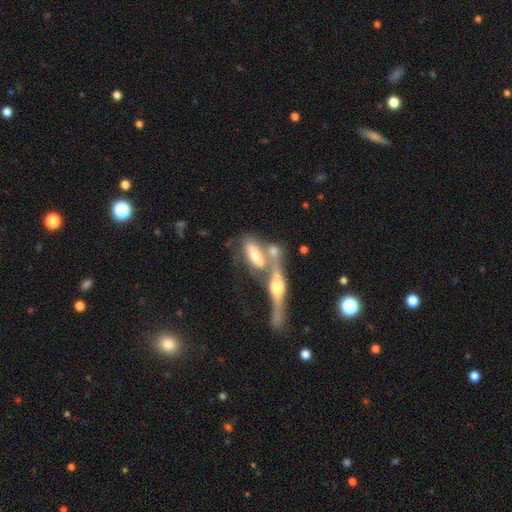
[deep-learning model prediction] Smooth or featured? Predicted: featured or disk (p=0.53). Edge-on disk? Predicted: yes (p=0.77). Merging? Predicted: merger (p=0.52).